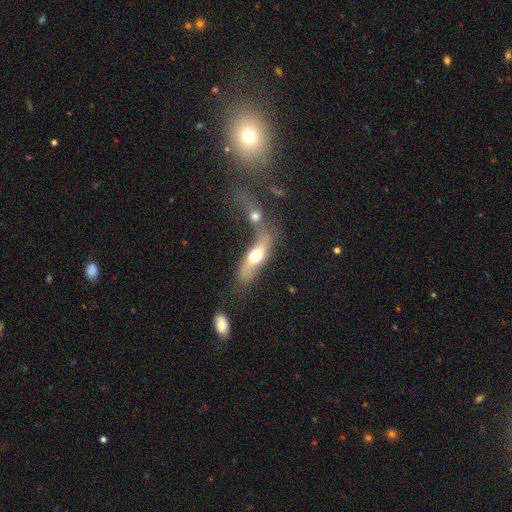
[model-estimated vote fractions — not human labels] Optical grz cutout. It shows a smooth galaxy with no disk features (51%) that is in between round and cigar-shaped (54%). Merging: none (40%).